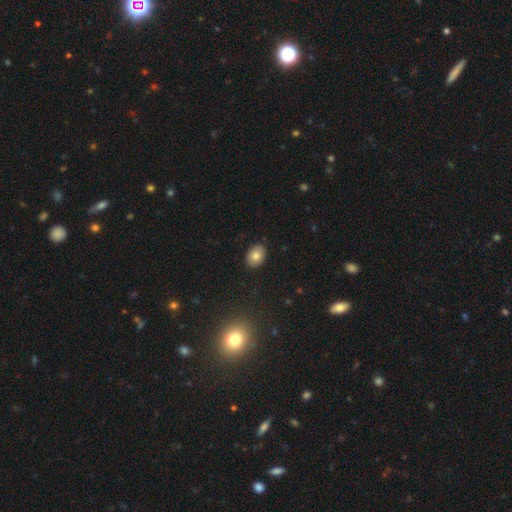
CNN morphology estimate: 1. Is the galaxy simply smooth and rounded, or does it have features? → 81% smooth, 10% star or artifact, 10% featured or disk.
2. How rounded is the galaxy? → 73% in between, 26% round, 1% cigar-shaped.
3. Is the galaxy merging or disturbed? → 87% none, 10% minor disturbance, 2% major disturbance, 1% merger.